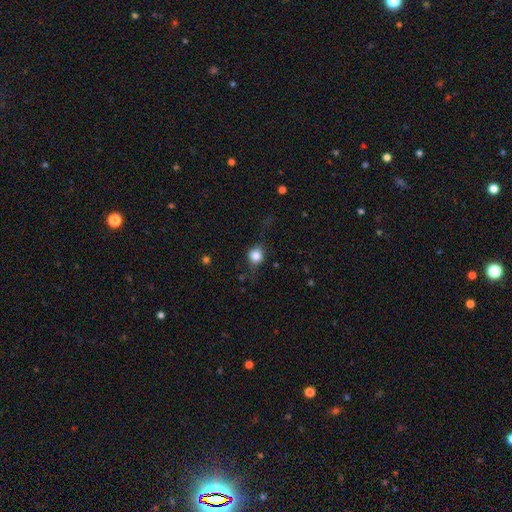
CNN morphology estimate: smooth-or-featured: smooth: 74% | featured or disk: 15% | star or artifact: 11%
  how-rounded: round: 81% | in between: 17% | cigar-shaped: 2%
  merging: none: 68% | minor disturbance: 20% | major disturbance: 11% | merger: 2%